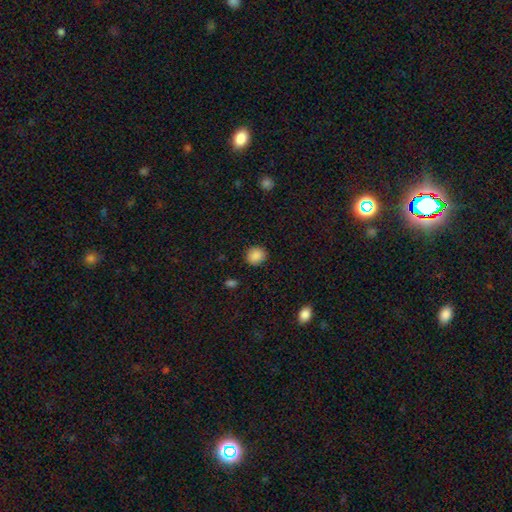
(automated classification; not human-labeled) This appears to be a smooth galaxy with no disk features (88%) that is round (83%). Merging: none (89%).